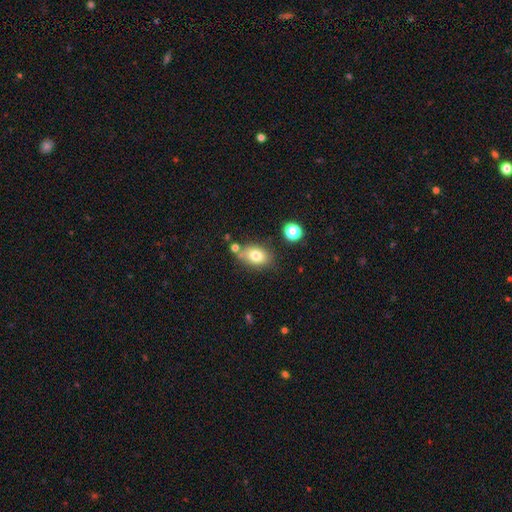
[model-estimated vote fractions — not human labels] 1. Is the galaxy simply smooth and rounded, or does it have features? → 77% smooth, 13% featured or disk, 10% star or artifact.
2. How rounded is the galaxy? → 78% in between, 21% round, 2% cigar-shaped.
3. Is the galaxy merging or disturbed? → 69% none, 16% minor disturbance, 11% merger, 4% major disturbance.